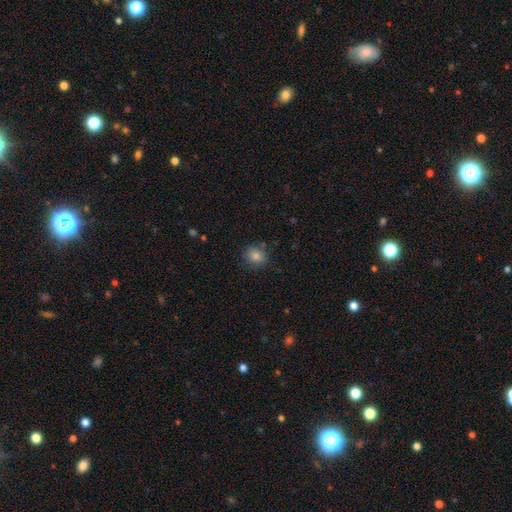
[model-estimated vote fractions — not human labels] Smooth or featured? smooth (82%)
How rounded? round (86%)
Merging? none (85%)